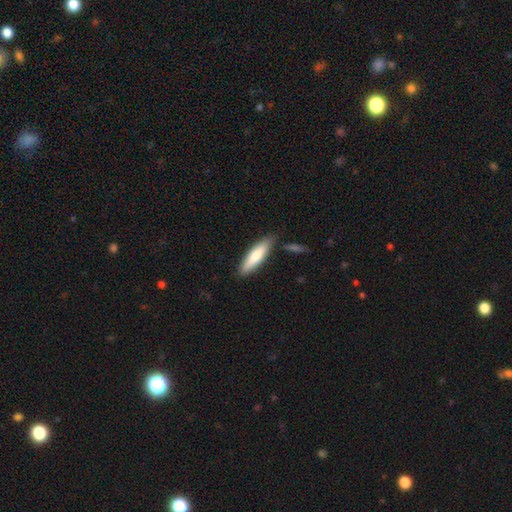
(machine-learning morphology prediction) Smooth or featured? Predicted: smooth (p=0.72). How rounded? Predicted: cigar-shaped (p=0.68). Merging? Predicted: none (p=0.81).